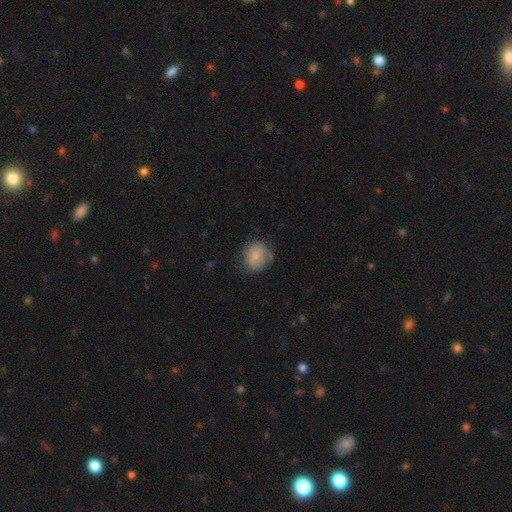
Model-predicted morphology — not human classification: This is clearly a smooth galaxy (83%). How rounded: likely round (76%). Merging: likely none (70%).